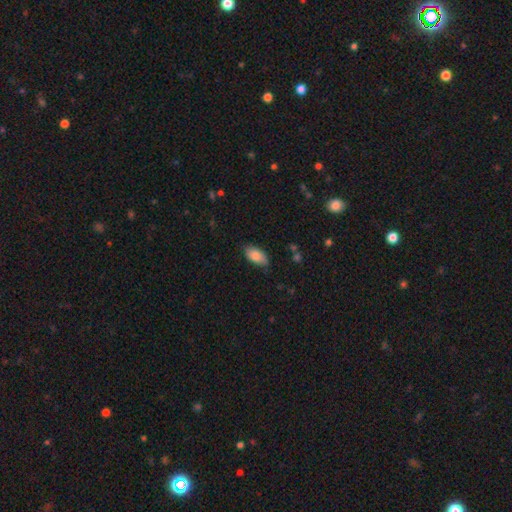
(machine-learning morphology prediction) Smooth or featured?
  - smooth: 84% *
  - featured or disk: 9%
  - star or artifact: 7%
How rounded?
  - in between: 93% *
  - cigar-shaped: 4%
  - round: 3%
Merging?
  - none: 77% *
  - minor disturbance: 19%
  - major disturbance: 3%
  - merger: 1%